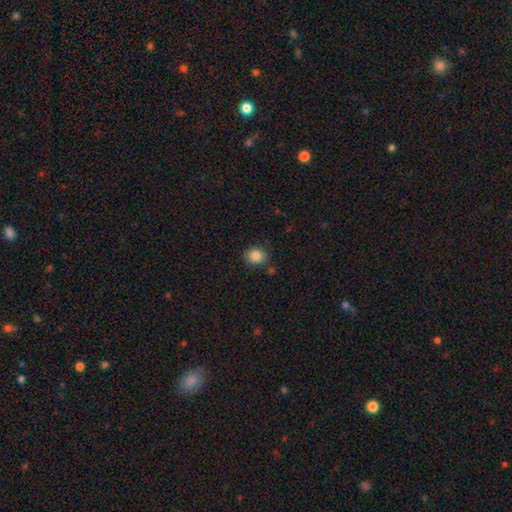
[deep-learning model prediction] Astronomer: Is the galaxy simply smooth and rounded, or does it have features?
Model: smooth — 86%.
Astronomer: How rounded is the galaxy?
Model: round — 60% (runner-up: in between, 39%).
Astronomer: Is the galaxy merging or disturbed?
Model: none — 82%.